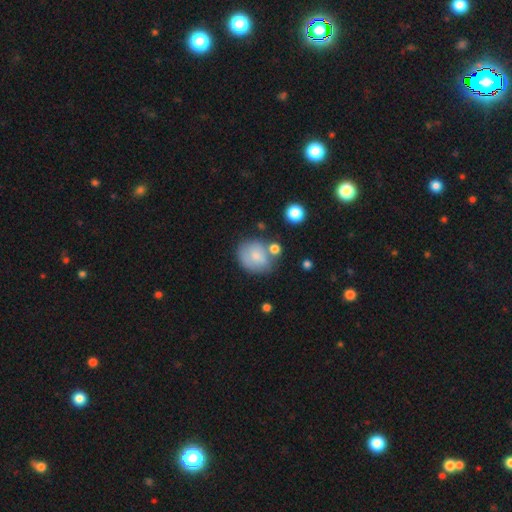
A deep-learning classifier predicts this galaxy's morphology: A smooth galaxy with no disk features (70%) that is round (69%).

Vote fractions:
- Smooth or featured? smooth: 70% / featured or disk: 22% / star or artifact: 8%
- How rounded? round: 69% / in between: 30% / cigar-shaped: 1%
- Merging? none: 57% / minor disturbance: 21% / merger: 14% / major disturbance: 8%